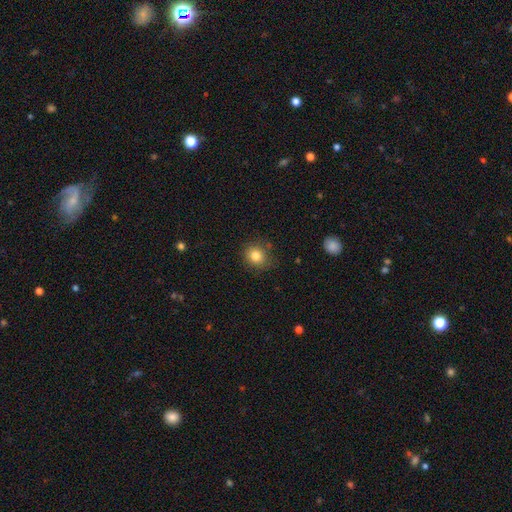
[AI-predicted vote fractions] Smooth or featured? Predicted: smooth (p=0.83). How rounded? Predicted: round (p=0.80). Merging? Predicted: none (p=0.80).